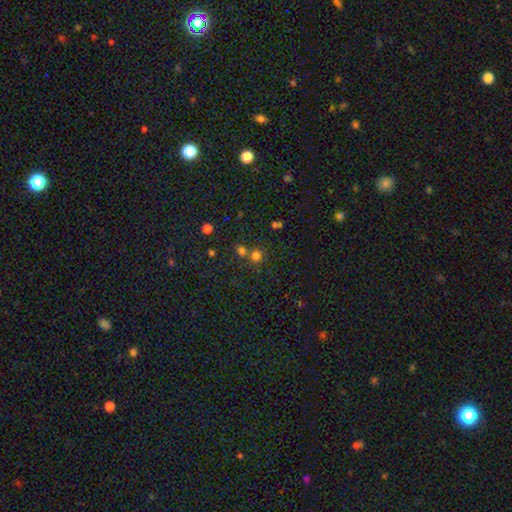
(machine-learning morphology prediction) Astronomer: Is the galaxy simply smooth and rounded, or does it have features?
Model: smooth — 71%.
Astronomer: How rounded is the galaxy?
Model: round — 87%.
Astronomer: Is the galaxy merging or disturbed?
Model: none — 59%.